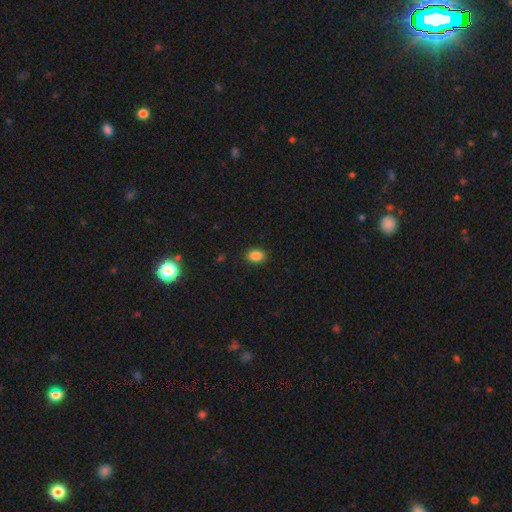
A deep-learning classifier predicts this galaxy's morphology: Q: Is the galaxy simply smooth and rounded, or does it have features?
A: smooth — 87%.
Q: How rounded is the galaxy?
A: in between — 73%.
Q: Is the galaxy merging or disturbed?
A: none — 89%.